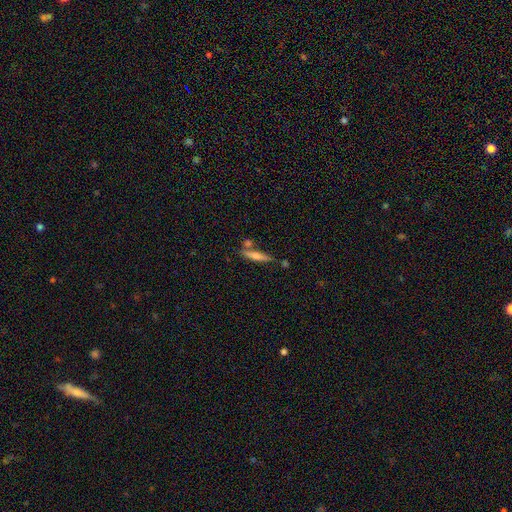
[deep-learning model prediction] Smooth or featured: featured or disk — 49% (smooth — 44%)
Merging: none — 70% (merger — 14%)